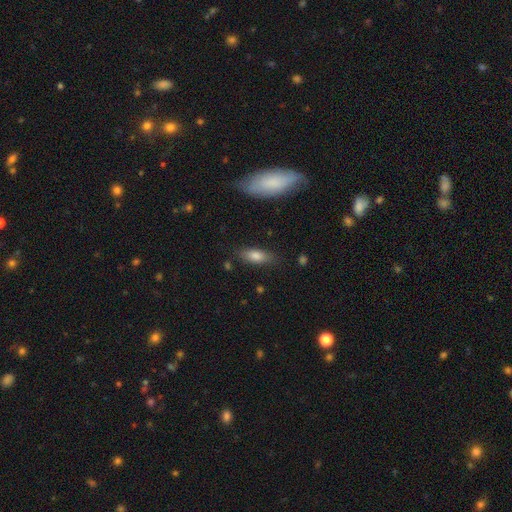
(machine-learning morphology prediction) Smooth or featured?
  - smooth: 75% *
  - featured or disk: 18%
  - star or artifact: 8%
How rounded?
  - in between: 68% *
  - cigar-shaped: 29%
  - round: 3%
Merging?
  - none: 80% *
  - minor disturbance: 14%
  - major disturbance: 3%
  - merger: 3%